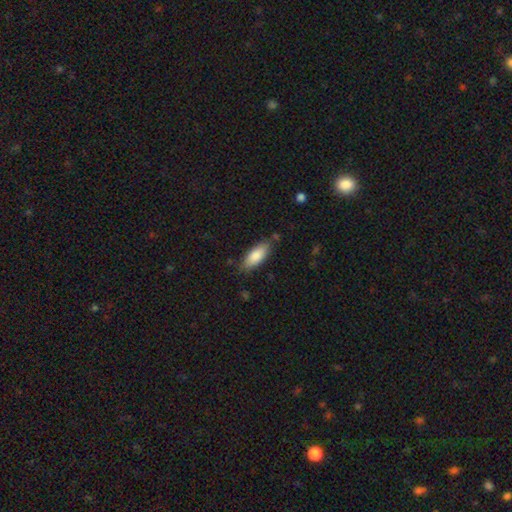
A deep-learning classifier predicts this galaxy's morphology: smooth 84%, featured or disk 10%, star or artifact 6%. Down the decision tree: how rounded — in between (75%); merging — none (79%).